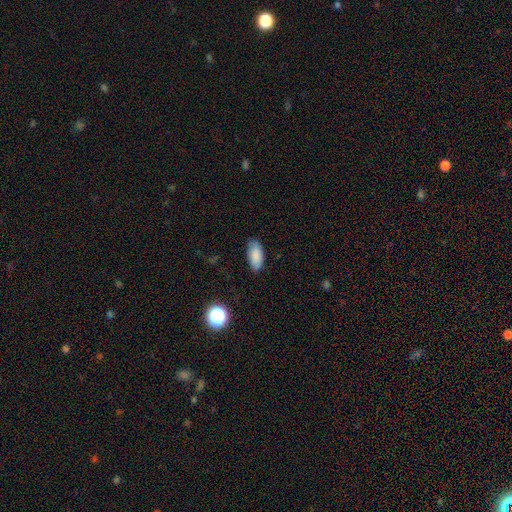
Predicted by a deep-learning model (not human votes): Smooth or featured?
  - smooth: 86% *
  - star or artifact: 8%
  - featured or disk: 6%
How rounded?
  - in between: 88% *
  - cigar-shaped: 9%
  - round: 2%
Merging?
  - none: 81% *
  - minor disturbance: 15%
  - major disturbance: 3%
  - merger: 1%